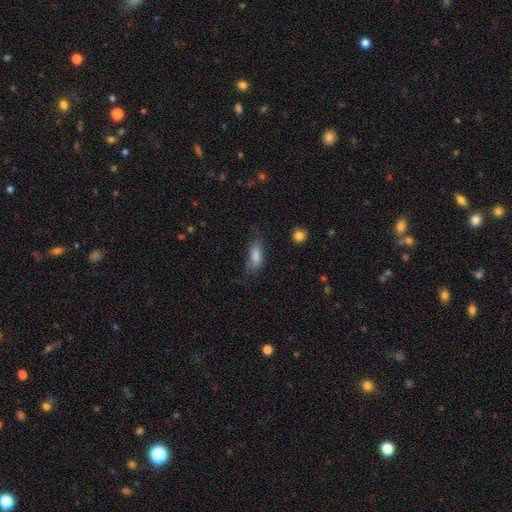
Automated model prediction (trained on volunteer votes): smooth-or-featured: smooth: 81% | featured or disk: 10% | star or artifact: 9%
  how-rounded: in between: 79% | cigar-shaped: 17% | round: 4%
  merging: none: 53% | minor disturbance: 30% | major disturbance: 13% | merger: 3%